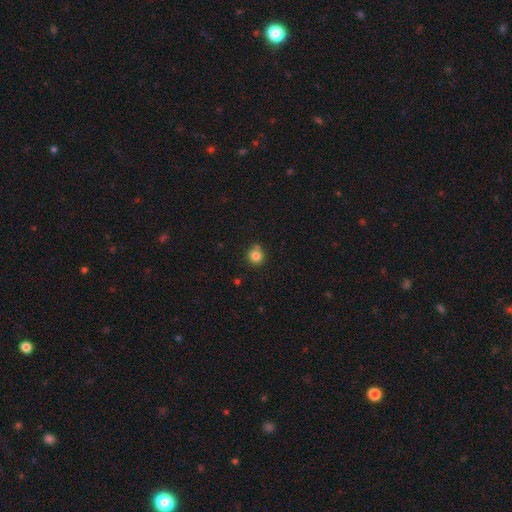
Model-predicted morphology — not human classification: This is clearly a smooth galaxy (83%). How rounded: clearly round (87%). Merging: likely none (73%).